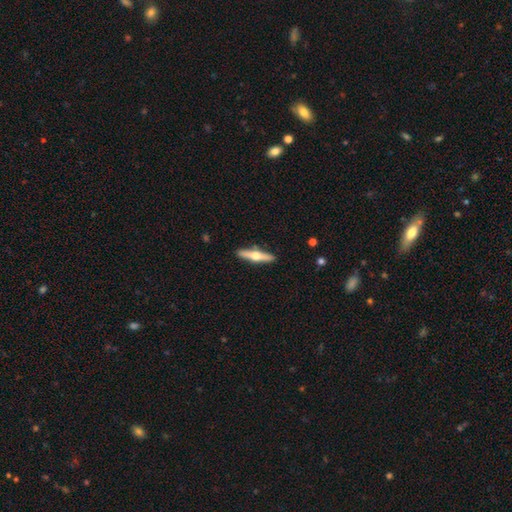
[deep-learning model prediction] Smooth or featured: featured or disk — 60% (smooth — 34%)
Edge-on disk: yes — 95% (no — 5%)
Edge-on bulge: rounded — 95% (none — 2%)
Merging: none — 90% (minor disturbance — 7%)